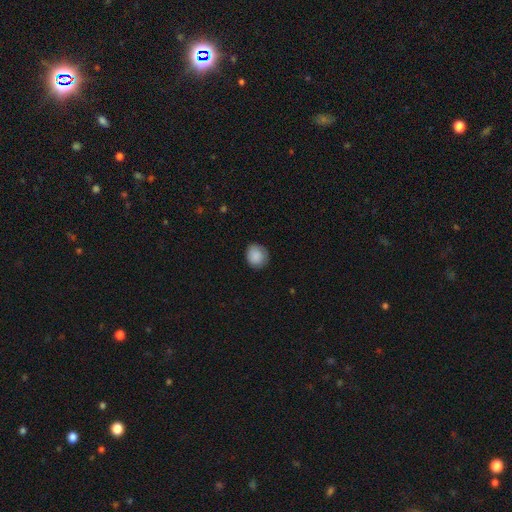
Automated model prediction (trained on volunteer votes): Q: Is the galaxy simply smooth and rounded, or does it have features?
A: smooth — 87%.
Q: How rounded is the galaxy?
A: round — 80%.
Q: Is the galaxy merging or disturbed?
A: none — 81%.